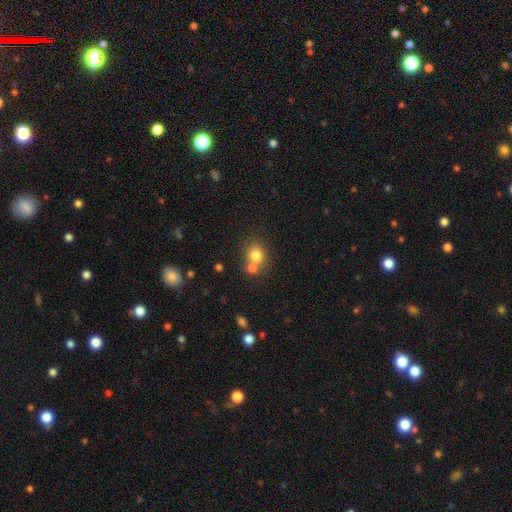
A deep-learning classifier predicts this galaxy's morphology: Smooth or featured? smooth (79%)
How rounded? round (75%)
Merging? none (51%)